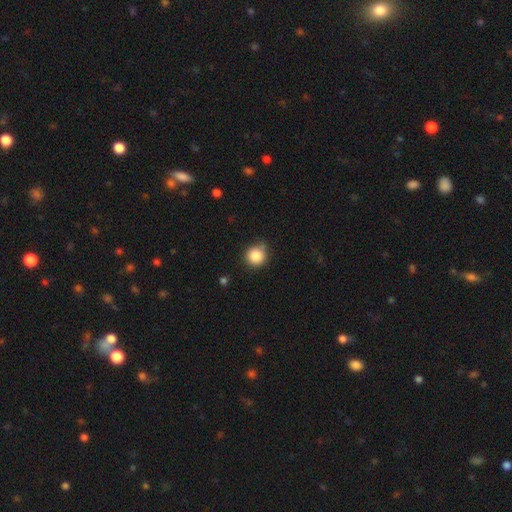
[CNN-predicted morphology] smooth_or_featured: smooth (p=0.86) [alt: star or artifact p=0.10]
how_rounded: round (p=0.91) [alt: in between p=0.08]
merging: none (p=0.76) [alt: minor disturbance p=0.19]